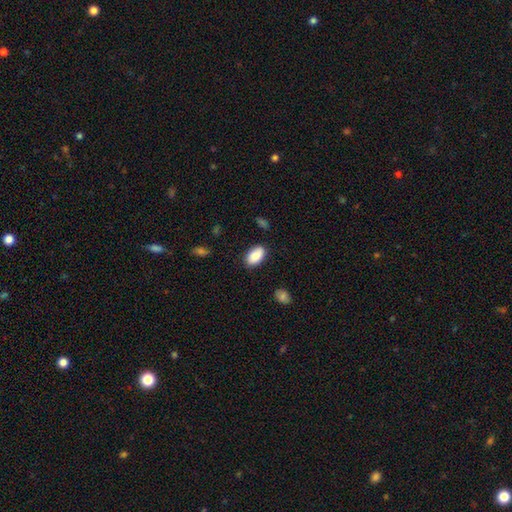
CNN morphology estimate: Q: Smooth or featured?
A: smooth (87%); runner-up: star or artifact (7%)
Q: How rounded?
A: in between (94%); runner-up: round (4%)
Q: Merging?
A: none (84%); runner-up: minor disturbance (12%)